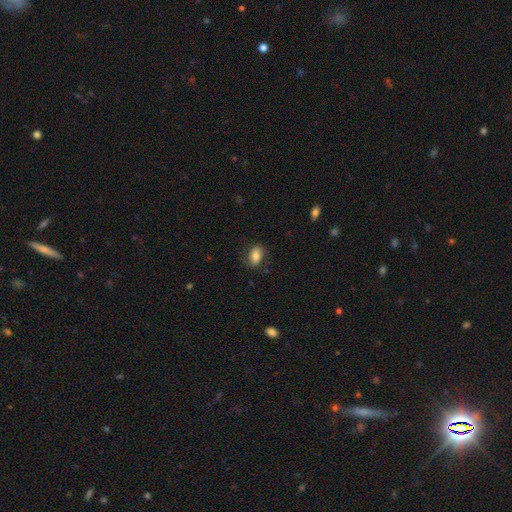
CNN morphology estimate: Smooth or featured: smooth — 72% (featured or disk — 20%)
How rounded: in between — 85% (round — 13%)
Merging: none — 71% (minor disturbance — 20%)